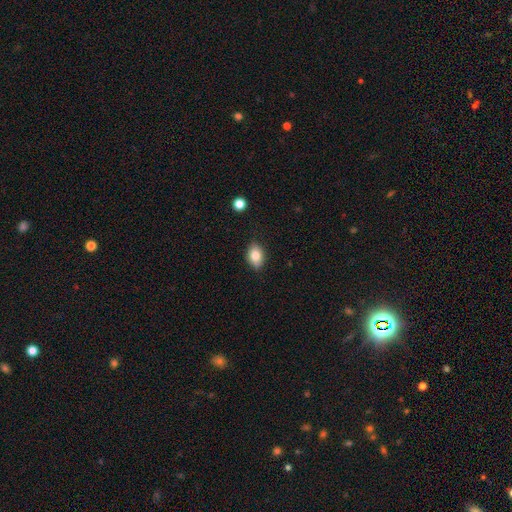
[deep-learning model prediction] Q: Smooth or featured?
A: smooth (83%); runner-up: featured or disk (9%)
Q: How rounded?
A: in between (82%); runner-up: round (17%)
Q: Merging?
A: none (84%); runner-up: minor disturbance (12%)